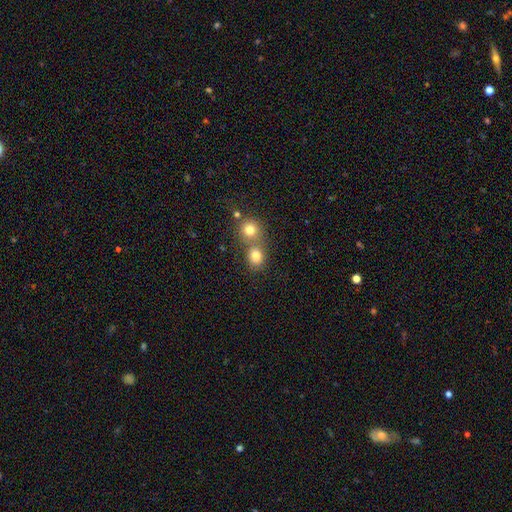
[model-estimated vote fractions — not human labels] This appears to be a smooth galaxy with no disk features (79%) that is round (72%). Merging: none (52%).